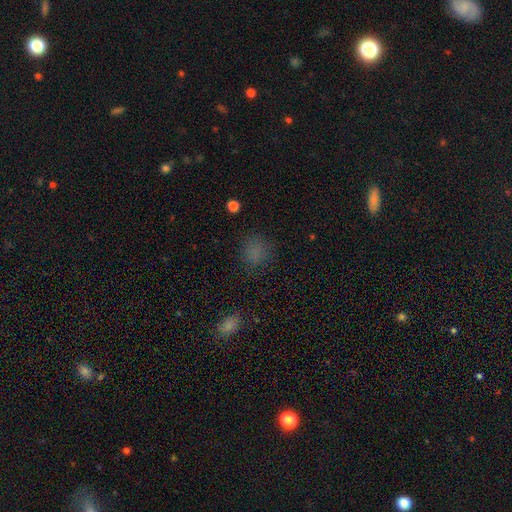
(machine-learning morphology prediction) This is likely a smooth galaxy (75%). How rounded: likely round (73%). Merging: likely none (79%).